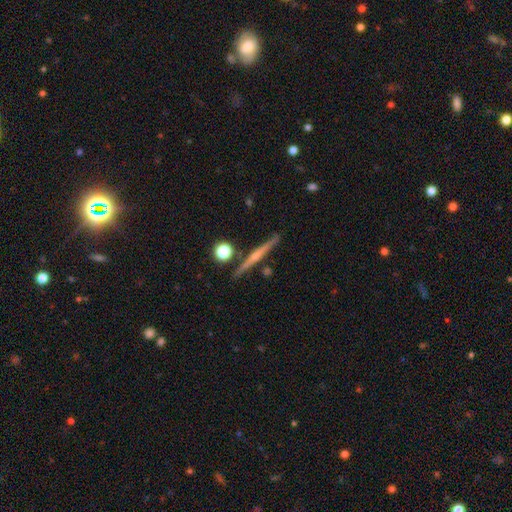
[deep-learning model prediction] Smooth or featured?
  - featured or disk: 69% *
  - smooth: 24%
  - star or artifact: 7%
Edge-on disk?
  - yes: 98% *
  - no: 2%
Edge-on bulge?
  - rounded: 66% *
  - none: 26%
  - boxy: 8%
Merging?
  - none: 87% *
  - minor disturbance: 7%
  - merger: 4%
  - major disturbance: 2%